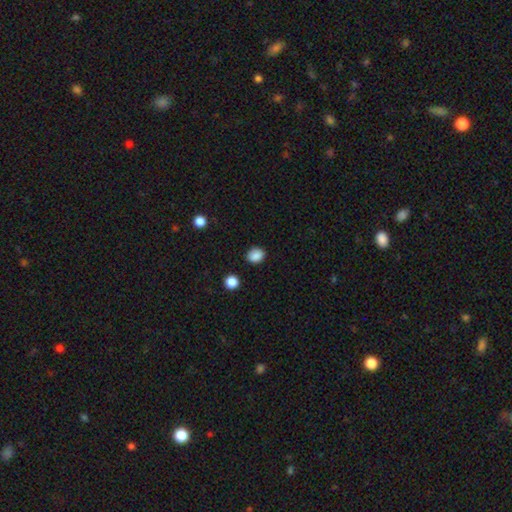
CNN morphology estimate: smooth_or_featured: smooth (p=0.87) [alt: star or artifact p=0.10]
how_rounded: round (p=0.53) [alt: in between p=0.46]
merging: none (p=0.86) [alt: minor disturbance p=0.10]